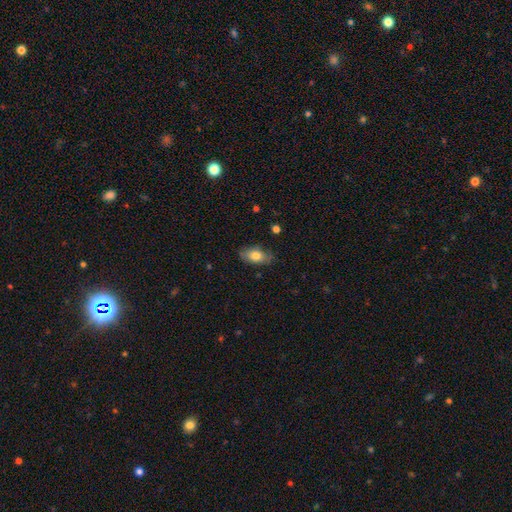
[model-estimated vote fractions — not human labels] Smooth or featured? smooth (76%)
How rounded? in between (90%)
Merging? none (77%)